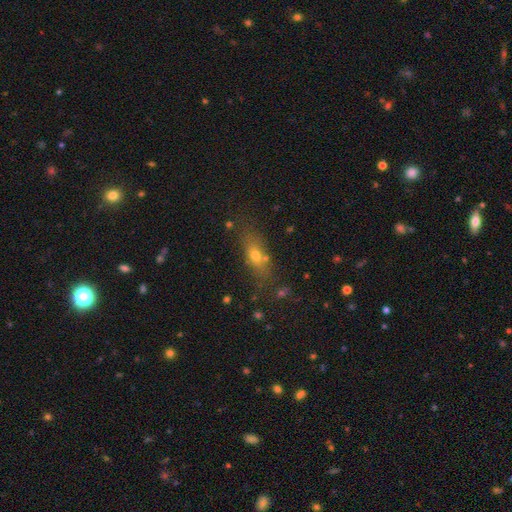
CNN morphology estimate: This is likely a smooth galaxy (62%). How rounded: possibly in between (58%). Merging: likely none (70%).